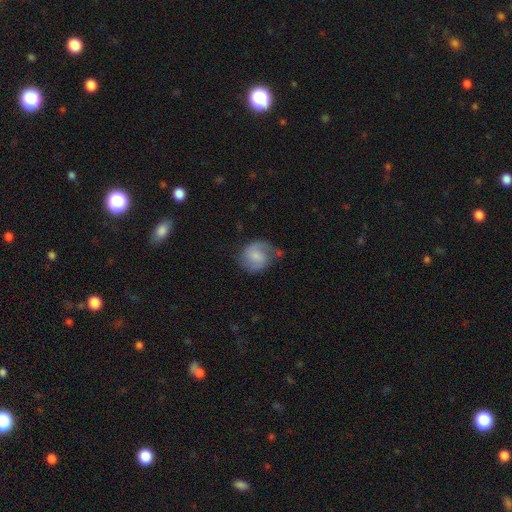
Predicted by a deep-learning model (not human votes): Smooth or featured: featured or disk — 56% (smooth — 37%)
Edge-on disk: no — 98% (yes — 2%)
Bar: no — 48% (weak — 44%)
Spiral arms: yes — 90% (no — 10%)
Bulge size: small — 42% (moderate — 29%)
Merging: none — 55% (minor disturbance — 27%)